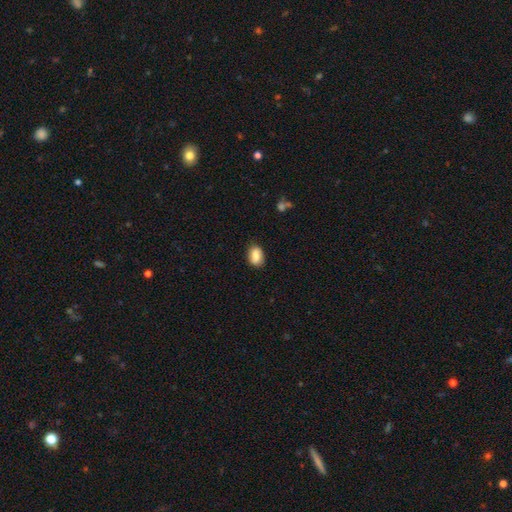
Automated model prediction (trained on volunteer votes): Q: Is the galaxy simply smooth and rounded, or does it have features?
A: smooth — 86%.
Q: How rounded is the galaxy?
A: in between — 84%.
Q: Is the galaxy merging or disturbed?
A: none — 82%.